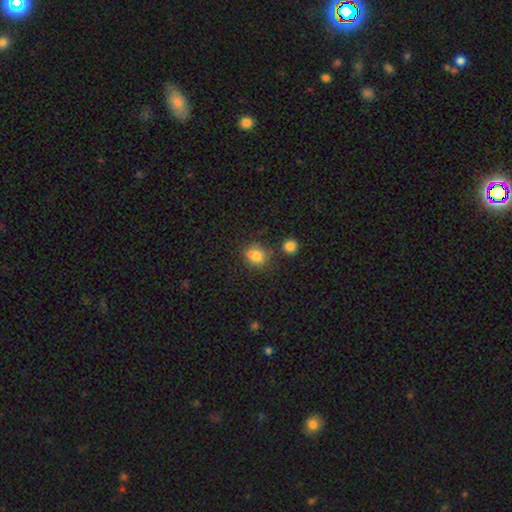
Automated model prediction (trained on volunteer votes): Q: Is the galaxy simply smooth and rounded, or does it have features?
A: smooth — 80%.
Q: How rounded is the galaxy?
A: round — 55%.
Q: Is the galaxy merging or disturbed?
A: none — 61%.